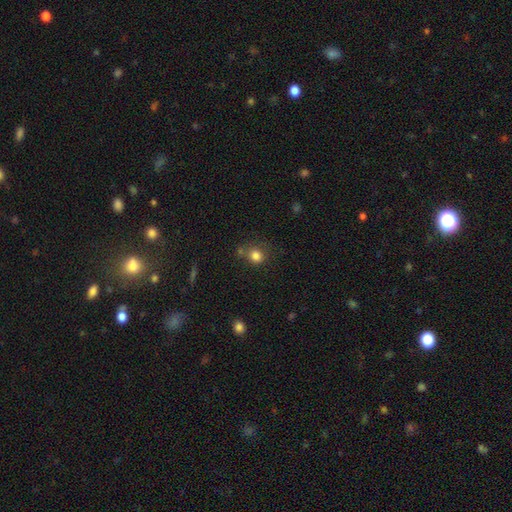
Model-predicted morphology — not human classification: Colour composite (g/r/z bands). It shows a smooth galaxy with no disk features (82%) that is round (83%). Merging: none (68%).